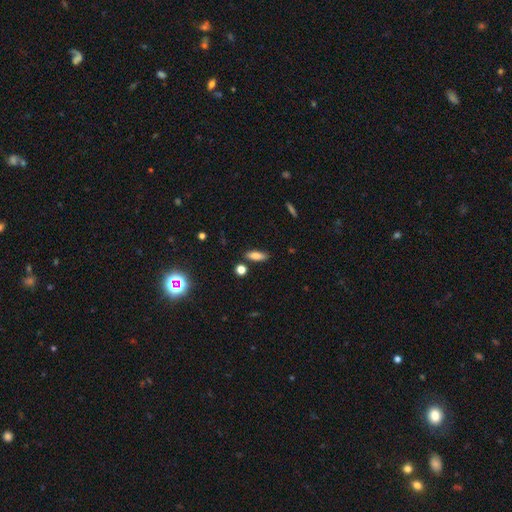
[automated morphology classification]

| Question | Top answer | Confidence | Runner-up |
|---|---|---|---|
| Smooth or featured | smooth | 75% | featured or disk (16%) |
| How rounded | in between | 60% | cigar-shaped (36%) |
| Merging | none | 82% | minor disturbance (11%) |